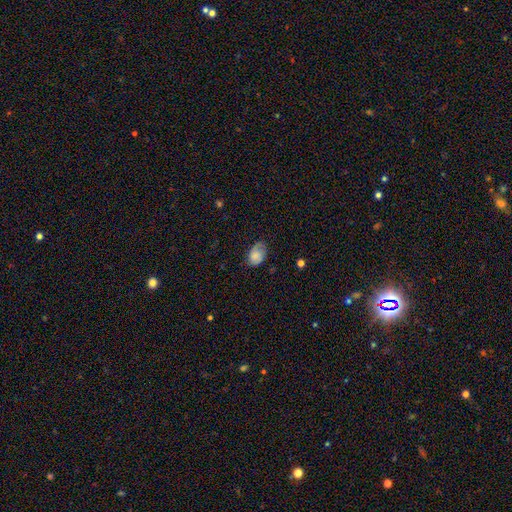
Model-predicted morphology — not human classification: smooth 70%, featured or disk 22%, star or artifact 9%. Down the decision tree: how rounded — in between (83%); merging — none (63%).